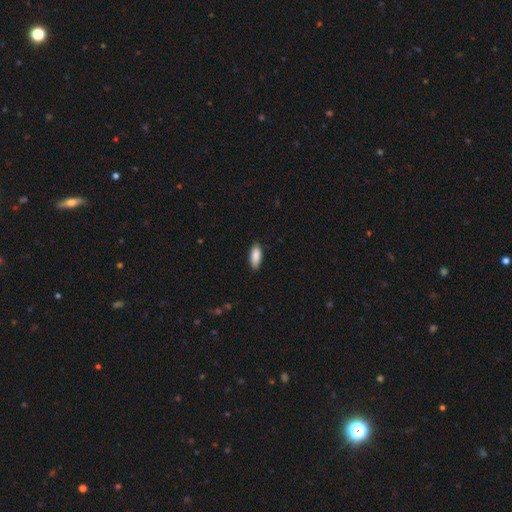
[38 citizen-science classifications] smooth-or-featured: smooth: 82% | featured or disk: 13% | star or artifact: 5%
  how-rounded: in between: 81% | cigar-shaped: 19% | round: 0%
  merging: none: 92% | minor disturbance: 8% | major disturbance: 0% | merger: 0%